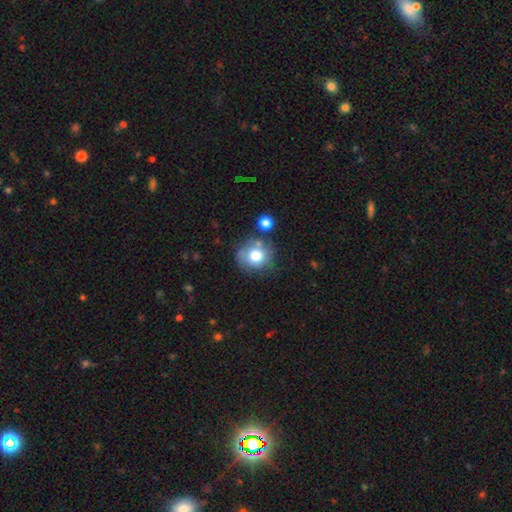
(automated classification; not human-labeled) smooth-or-featured: smooth: 73% | featured or disk: 16% | star or artifact: 11%
  how-rounded: round: 84% | in between: 15% | cigar-shaped: 1%
  merging: none: 65% | minor disturbance: 17% | merger: 11% | major disturbance: 7%